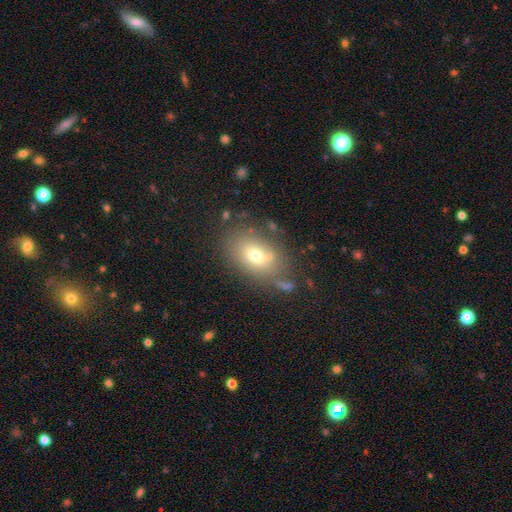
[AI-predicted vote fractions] smooth-or-featured: smooth: 68% | featured or disk: 18% | star or artifact: 13%
  how-rounded: in between: 81% | round: 17% | cigar-shaped: 2%
  merging: none: 70% | minor disturbance: 15% | merger: 8% | major disturbance: 6%